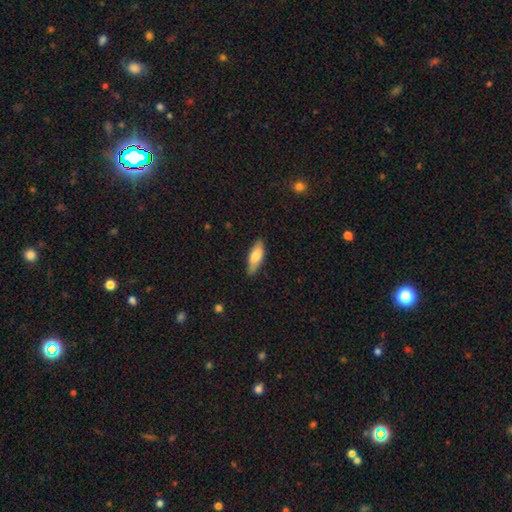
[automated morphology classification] Smooth or featured?
  - smooth: 76% *
  - featured or disk: 18%
  - star or artifact: 6%
How rounded?
  - in between: 64% *
  - cigar-shaped: 35%
  - round: 2%
Merging?
  - none: 81% *
  - minor disturbance: 16%
  - major disturbance: 3%
  - merger: 1%